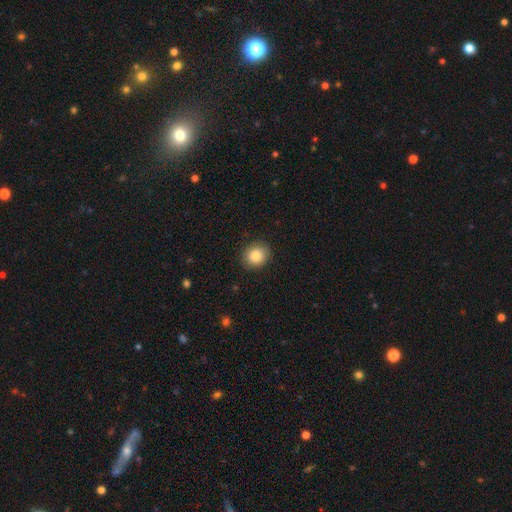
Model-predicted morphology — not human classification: Smooth or featured? Predicted: smooth (p=0.85). How rounded? Predicted: round (p=0.81). Merging? Predicted: none (p=0.88).